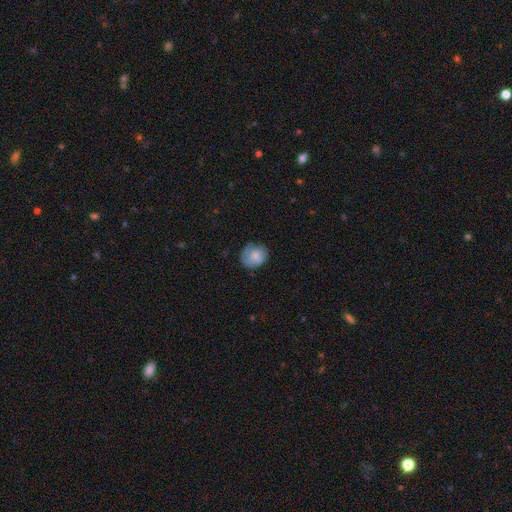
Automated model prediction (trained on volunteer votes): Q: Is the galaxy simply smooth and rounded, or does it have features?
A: smooth — 64%.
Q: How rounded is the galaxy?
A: round — 69%.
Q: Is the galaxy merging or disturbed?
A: none — 64%.